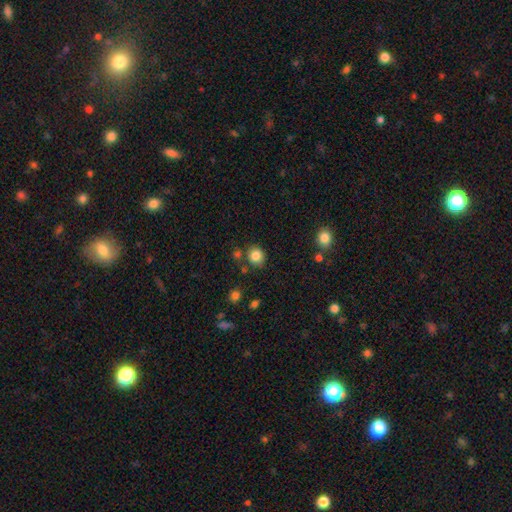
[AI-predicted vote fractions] Morphology: type=smooth (84%); roundness=round (80%); merging=none (79%).